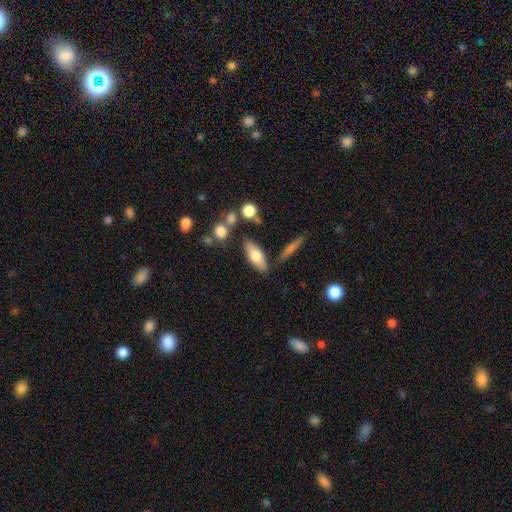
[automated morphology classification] Smooth or featured? Predicted: smooth (p=0.68). How rounded? Predicted: in between (p=0.70). Merging? Predicted: none (p=0.76).